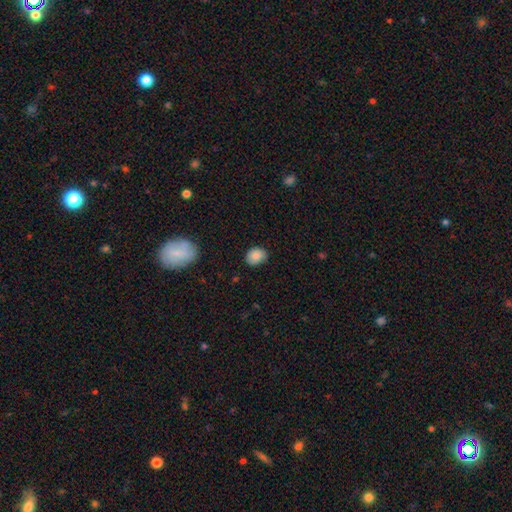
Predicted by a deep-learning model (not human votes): Smooth or featured: smooth — 85% (star or artifact — 9%)
How rounded: round — 52% (in between — 47%)
Merging: none — 78% (minor disturbance — 18%)